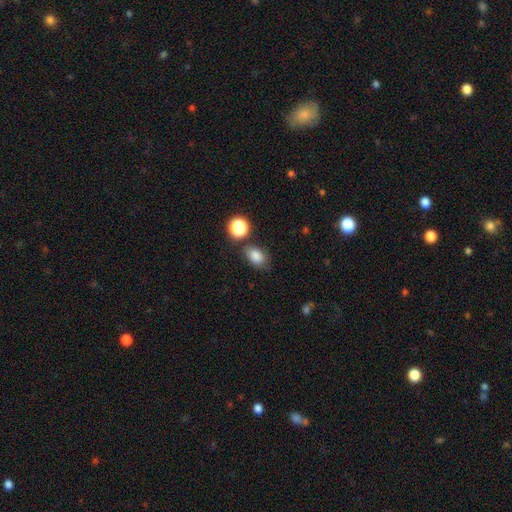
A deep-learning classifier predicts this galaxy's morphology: Smooth or featured?
  - smooth: 83% *
  - star or artifact: 11%
  - featured or disk: 6%
How rounded?
  - in between: 79% *
  - round: 19%
  - cigar-shaped: 1%
Merging?
  - none: 71% *
  - minor disturbance: 17%
  - merger: 8%
  - major disturbance: 5%